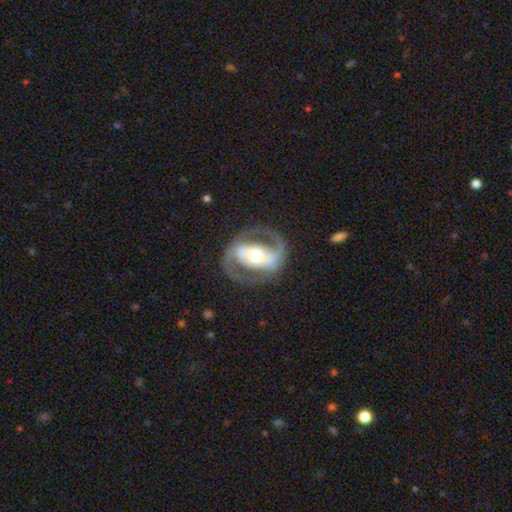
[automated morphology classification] Smooth or featured: featured or disk — 83% (smooth — 12%)
Edge-on disk: no — 96% (yes — 4%)
Bar: strong — 39% (no — 34%)
Spiral arms: yes — 77% (no — 23%)
Spiral winding: medium — 52% (tight — 26%)
Spiral arm count: 2 — 89% (can't tell — 5%)
Bulge size: moderate — 69% (large — 18%)
Merging: none — 78% (minor disturbance — 11%)